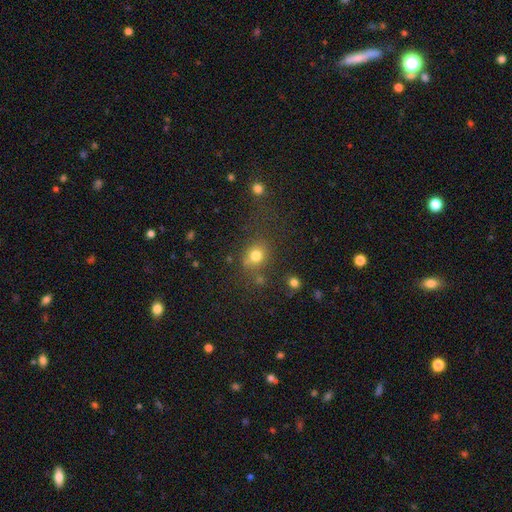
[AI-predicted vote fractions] Q: Smooth or featured?
A: smooth (77%); runner-up: star or artifact (15%)
Q: How rounded?
A: round (71%); runner-up: in between (28%)
Q: Merging?
A: none (67%); runner-up: minor disturbance (15%)